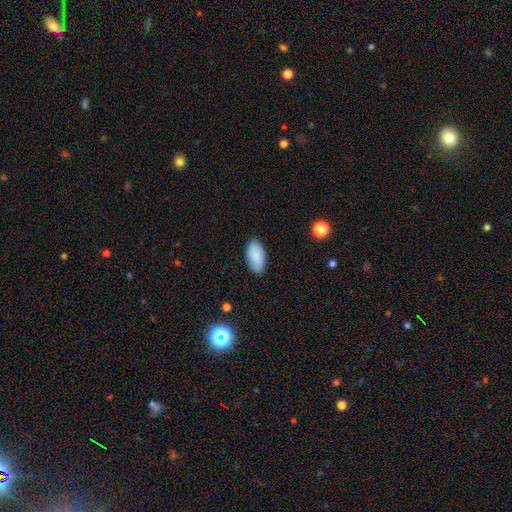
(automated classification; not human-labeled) smooth_or_featured: smooth (p=0.87) [alt: featured or disk p=0.07]
how_rounded: in between (p=0.95) [alt: cigar-shaped p=0.03]
merging: none (p=0.86) [alt: minor disturbance p=0.11]